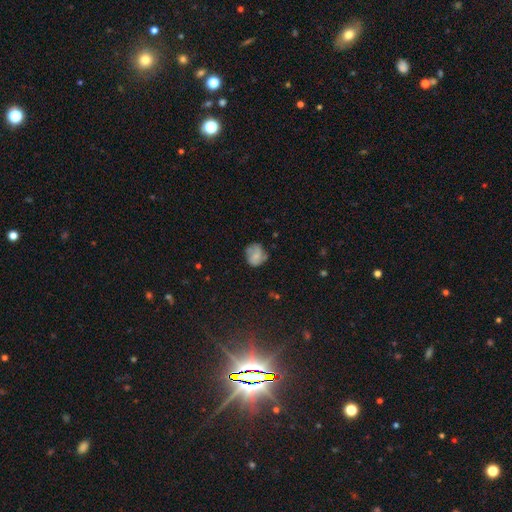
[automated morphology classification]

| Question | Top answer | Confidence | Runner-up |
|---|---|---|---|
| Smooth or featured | smooth | 60% | featured or disk (30%) |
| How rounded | round | 68% | in between (31%) |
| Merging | none | 58% | minor disturbance (29%) |